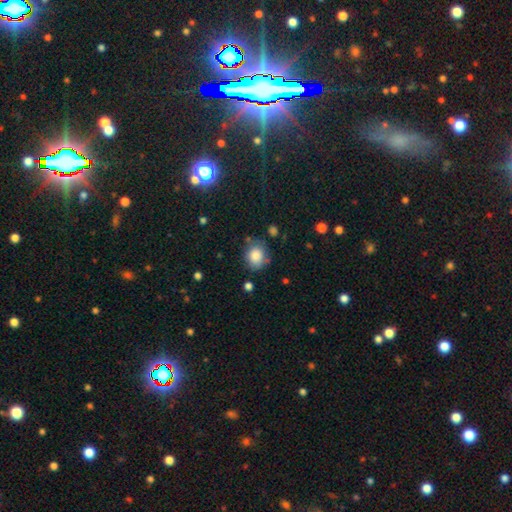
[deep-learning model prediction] Overall: smooth (84%). How rounded: round (58%; in between 41%). Merging: none (71%).